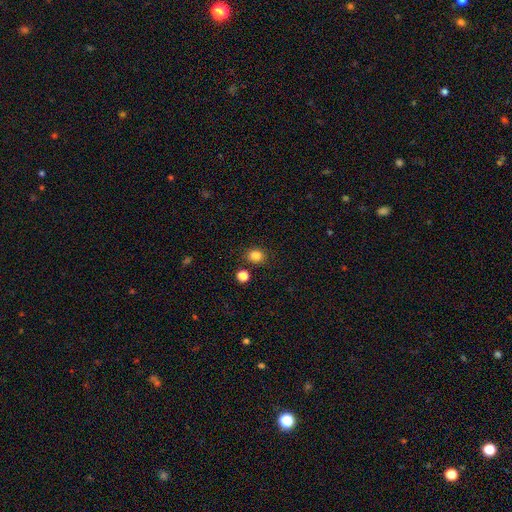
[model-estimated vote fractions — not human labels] smooth 83%, star or artifact 12%, featured or disk 4%. Down the decision tree: how rounded — round (65%); merging — none (83%).